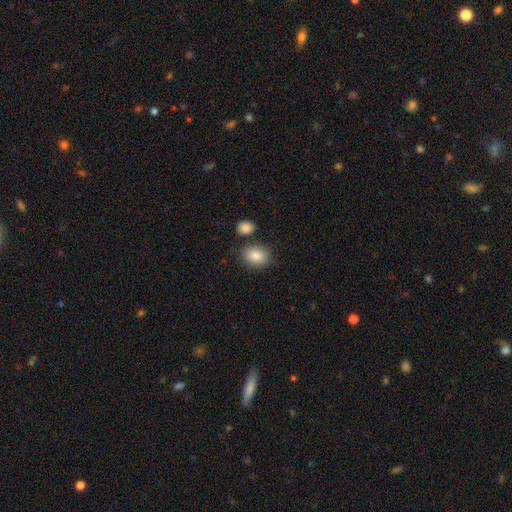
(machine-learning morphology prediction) This is clearly a smooth galaxy (85%). How rounded: likely in between (63%). Merging: likely none (73%).